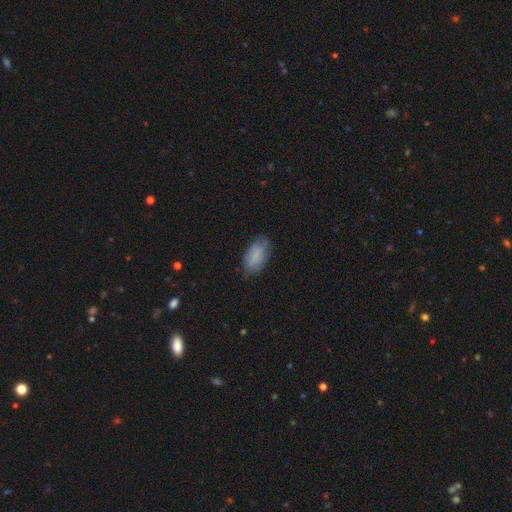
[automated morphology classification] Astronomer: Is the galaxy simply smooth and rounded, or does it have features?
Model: smooth — 81%.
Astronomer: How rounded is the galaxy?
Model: in between — 93%.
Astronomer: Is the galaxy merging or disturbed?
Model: none — 74%.